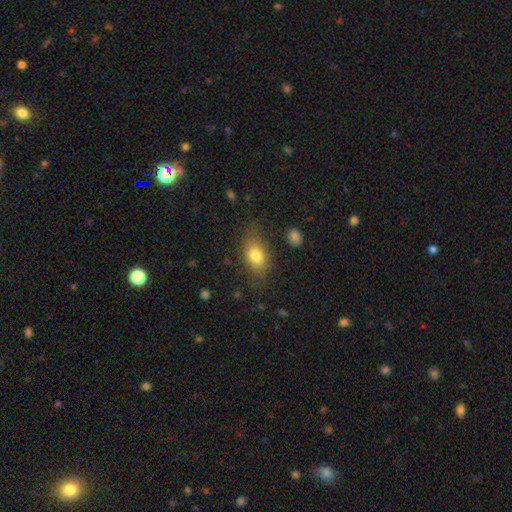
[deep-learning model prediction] Smooth or featured?
  - smooth: 78% *
  - featured or disk: 13%
  - star or artifact: 10%
How rounded?
  - in between: 81% *
  - round: 16%
  - cigar-shaped: 3%
Merging?
  - none: 73% *
  - minor disturbance: 18%
  - major disturbance: 7%
  - merger: 2%